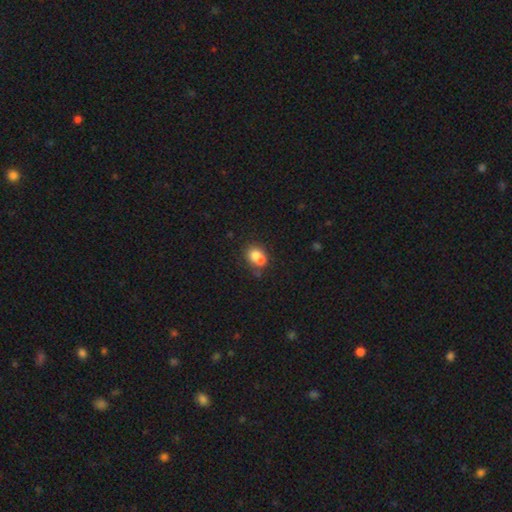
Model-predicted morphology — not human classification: Smooth or featured? smooth (71%)
How rounded? round (56%)
Merging? merger (54%)